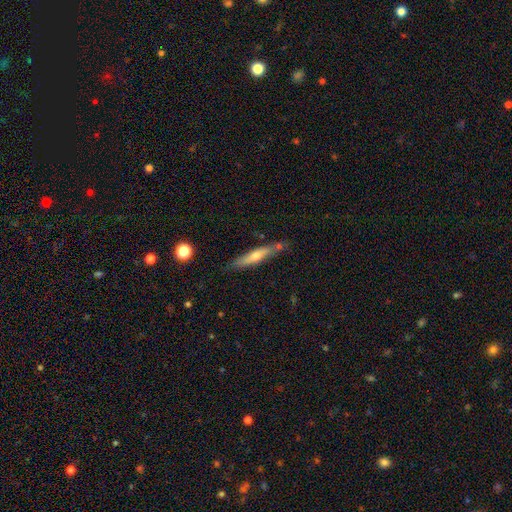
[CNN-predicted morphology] The model was most divided on "smooth or featured": featured or disk: 56%, smooth: 37%, star or artifact: 7%. More confident: edge-on disk — yes (90%); merging — none (77%); edge-on bulge — rounded (75%).